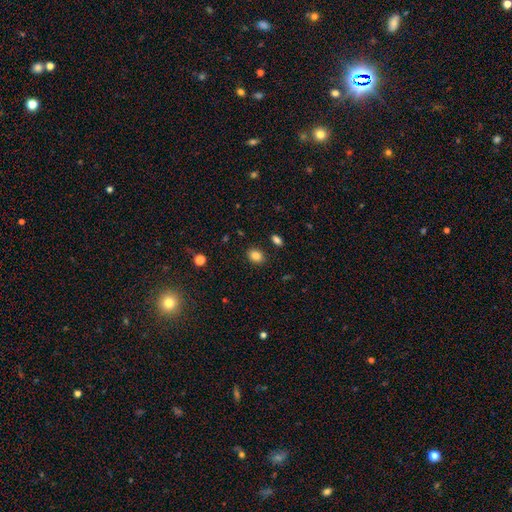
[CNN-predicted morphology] Smooth or featured? smooth (85%)
How rounded? in between (60%)
Merging? none (86%)